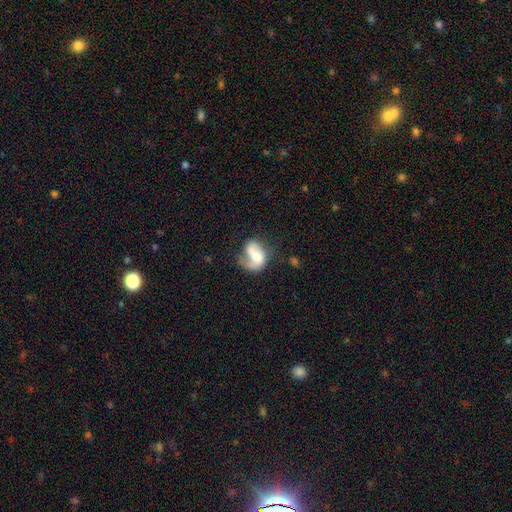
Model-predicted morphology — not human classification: type=featured or disk (59%); edge-on=no (98%); bar=no (56%); spiral arms=yes (76%); bulge=moderate (36%); merging=none (34%).